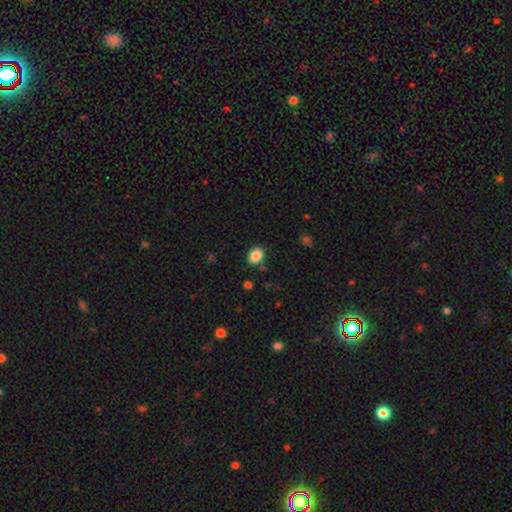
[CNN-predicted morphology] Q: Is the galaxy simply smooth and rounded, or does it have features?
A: smooth — 87%.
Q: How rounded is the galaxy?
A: in between — 60%.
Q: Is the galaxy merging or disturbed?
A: none — 85%.